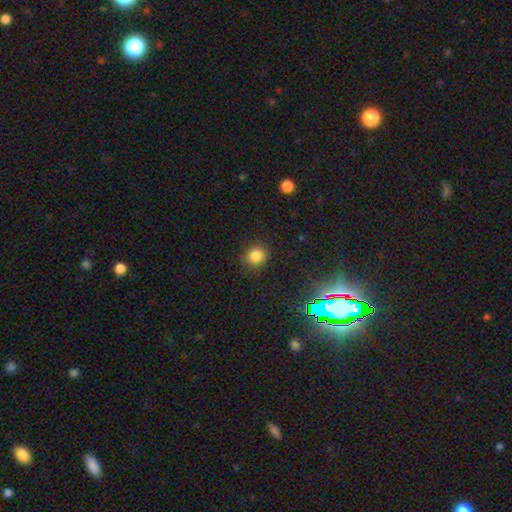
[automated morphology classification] smooth-or-featured: smooth: 82% | star or artifact: 13% | featured or disk: 5%
  how-rounded: round: 83% | in between: 16% | cigar-shaped: 1%
  merging: none: 87% | minor disturbance: 9% | major disturbance: 3% | merger: 1%